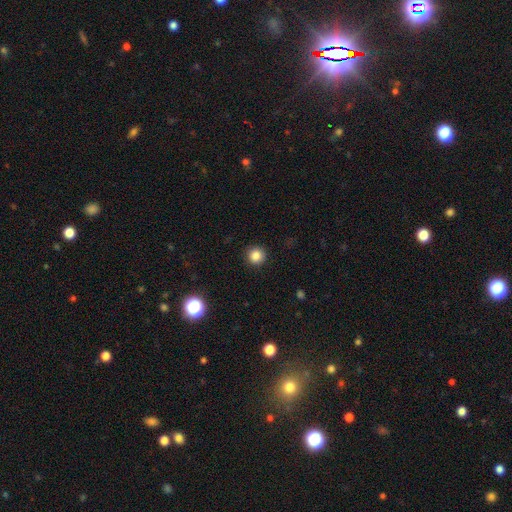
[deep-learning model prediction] A smooth galaxy with no disk features (84%) that is round (95%).

Vote fractions:
- Smooth or featured? smooth: 84% / star or artifact: 11% / featured or disk: 4%
- How rounded? round: 95% / in between: 4% / cigar-shaped: 1%
- Merging? none: 91% / minor disturbance: 6% / major disturbance: 2% / merger: 1%